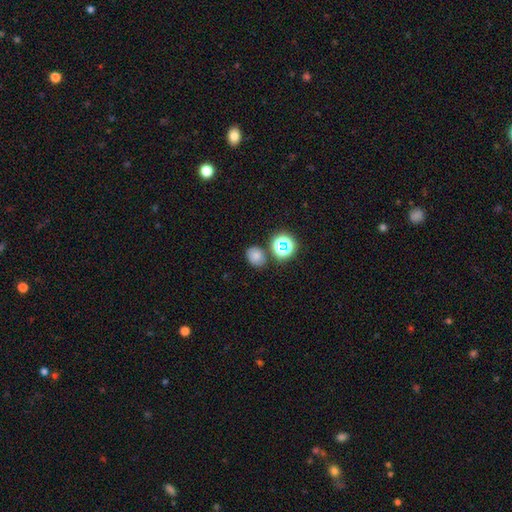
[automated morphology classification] type=smooth (73%); roundness=in between (55%); merging=none (76%).